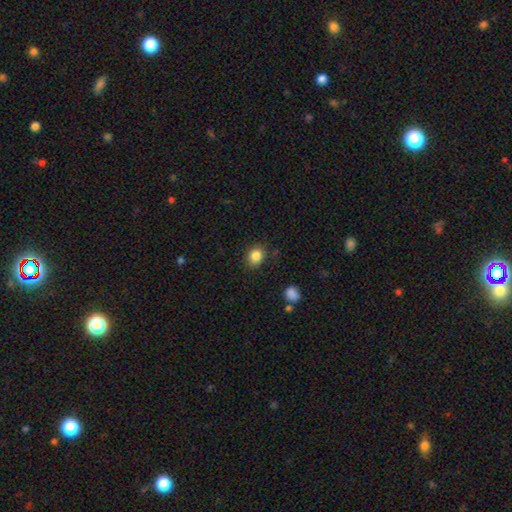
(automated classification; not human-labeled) Smooth or featured: smooth — 85% (star or artifact — 10%)
How rounded: round — 61% (in between — 39%)
Merging: none — 85% (minor disturbance — 11%)